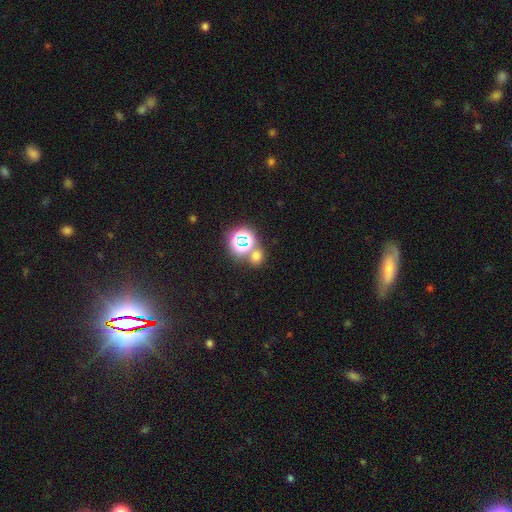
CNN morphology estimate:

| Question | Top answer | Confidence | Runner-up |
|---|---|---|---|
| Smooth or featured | smooth | 54% | star or artifact (39%) |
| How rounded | round | 69% | in between (30%) |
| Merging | none | 64% | merger (23%) |